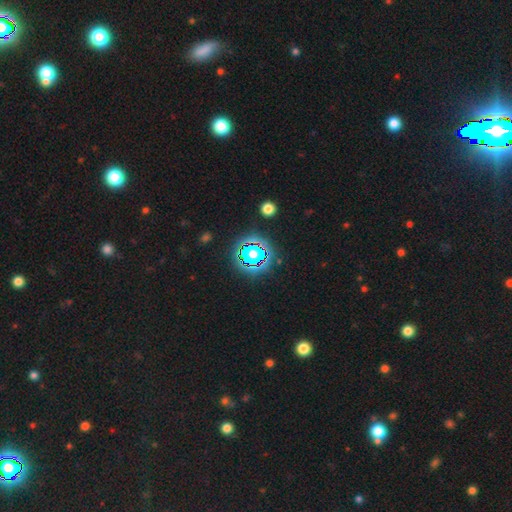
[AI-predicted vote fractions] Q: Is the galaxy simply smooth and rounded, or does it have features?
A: star or artifact — 62%.